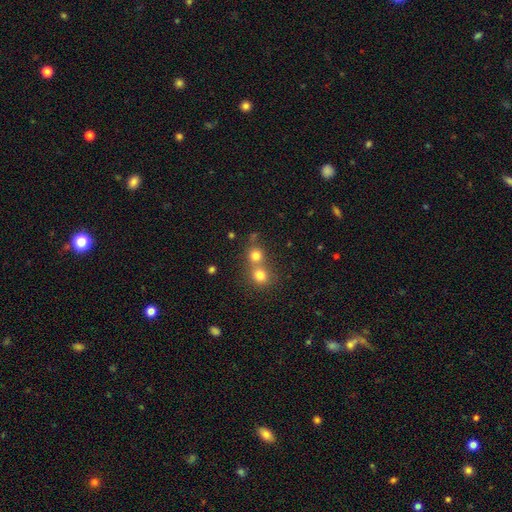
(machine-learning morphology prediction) Overall: smooth (76%). How rounded: round (87%). Merging: merger (50%; none 42%).